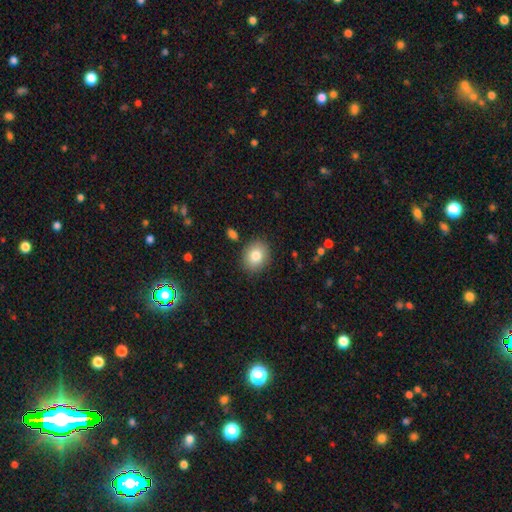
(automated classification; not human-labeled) smooth 82%, featured or disk 9%, star or artifact 9%. Down the decision tree: how rounded — round (57%); merging — none (87%).